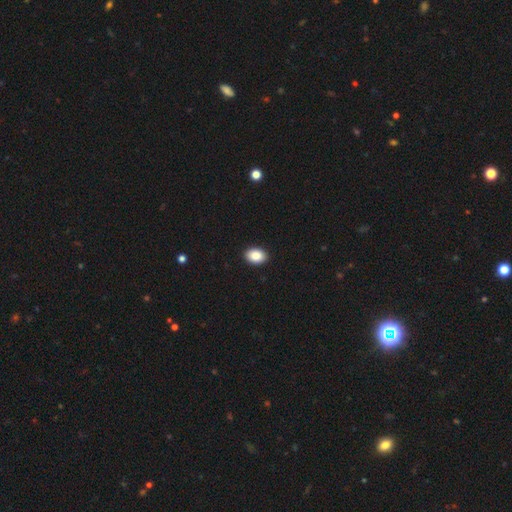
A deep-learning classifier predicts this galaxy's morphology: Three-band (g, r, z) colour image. It shows a smooth galaxy with no disk features (88%) that is in between round and cigar-shaped (78%). Merging: none (92%).